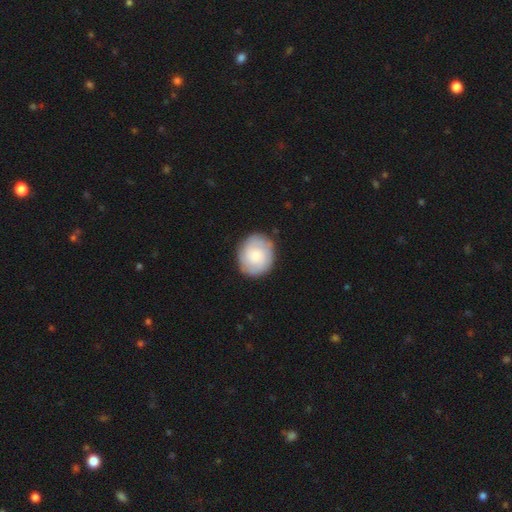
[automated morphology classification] smooth_or_featured: smooth (p=0.56) [alt: featured or disk p=0.38]
how_rounded: round (p=0.69) [alt: in between p=0.30]
merging: none (p=0.82) [alt: minor disturbance p=0.13]